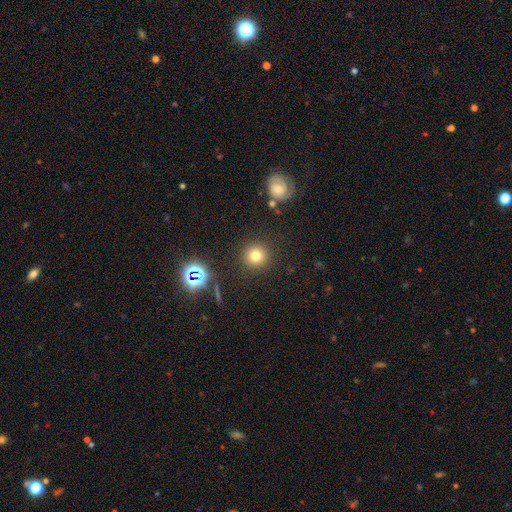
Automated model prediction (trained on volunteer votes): smooth-or-featured: smooth: 74% | star or artifact: 18% | featured or disk: 8%
  how-rounded: round: 94% | in between: 5% | cigar-shaped: 1%
  merging: none: 89% | minor disturbance: 6% | major disturbance: 3% | merger: 2%